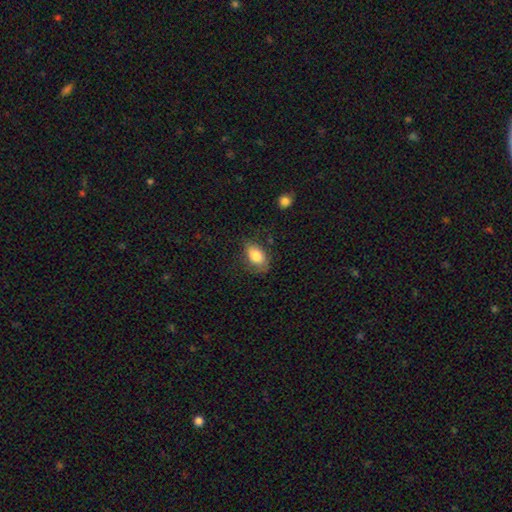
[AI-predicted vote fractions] Overall: smooth (81%). How rounded: in between (89%). Merging: none (65%).